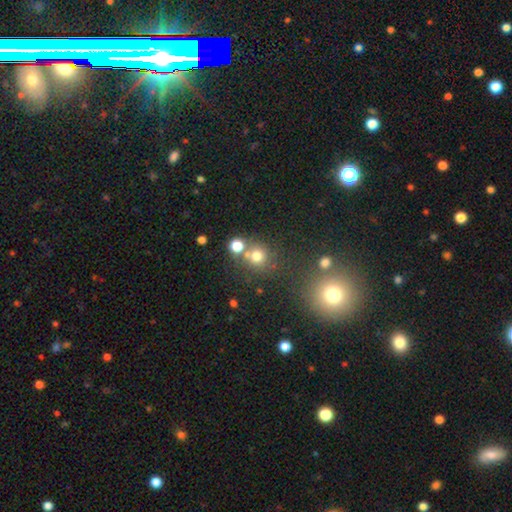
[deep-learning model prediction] Smooth or featured? smooth (71%)
How rounded? round (87%)
Merging? none (61%)